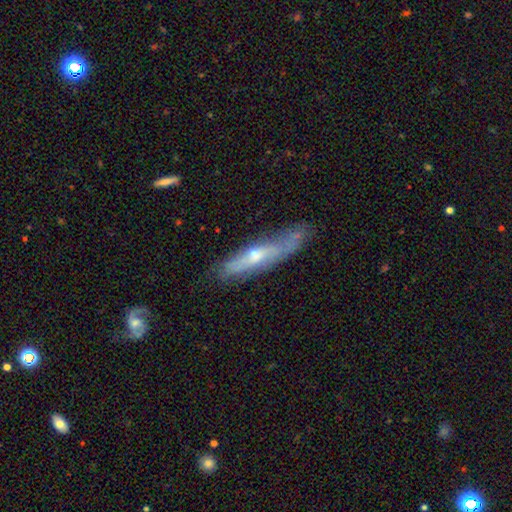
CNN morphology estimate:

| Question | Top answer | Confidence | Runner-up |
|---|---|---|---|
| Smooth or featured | featured or disk | 54% | smooth (40%) |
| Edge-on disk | yes | 60% | no (40%) |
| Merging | none | 56% | minor disturbance (29%) |